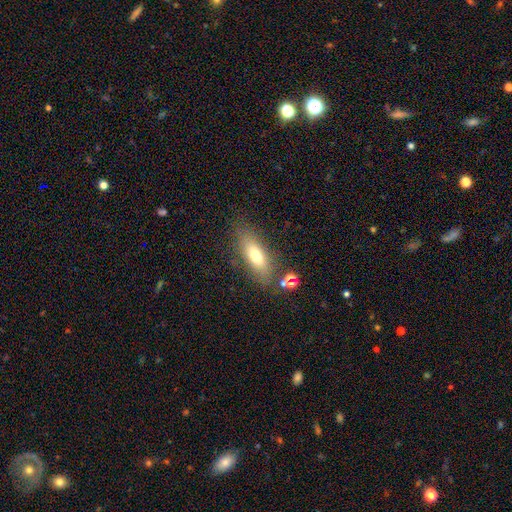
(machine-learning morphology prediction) Q: Smooth or featured?
A: smooth (67%); runner-up: featured or disk (23%)
Q: How rounded?
A: in between (65%); runner-up: cigar-shaped (32%)
Q: Merging?
A: none (76%); runner-up: minor disturbance (14%)